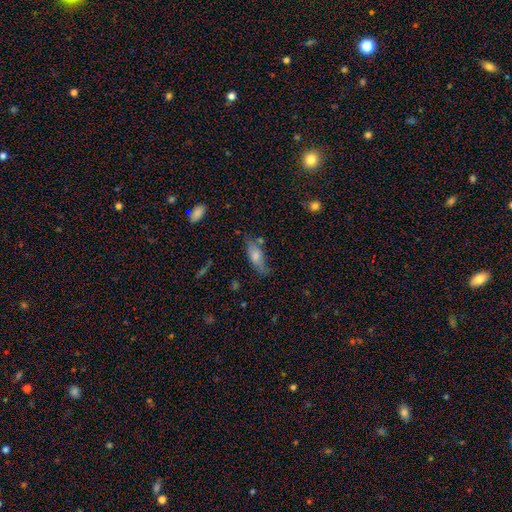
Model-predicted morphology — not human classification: smooth-or-featured: smooth: 68% | featured or disk: 24% | star or artifact: 8%
  how-rounded: in between: 73% | cigar-shaped: 24% | round: 3%
  merging: none: 57% | minor disturbance: 28% | major disturbance: 9% | merger: 6%